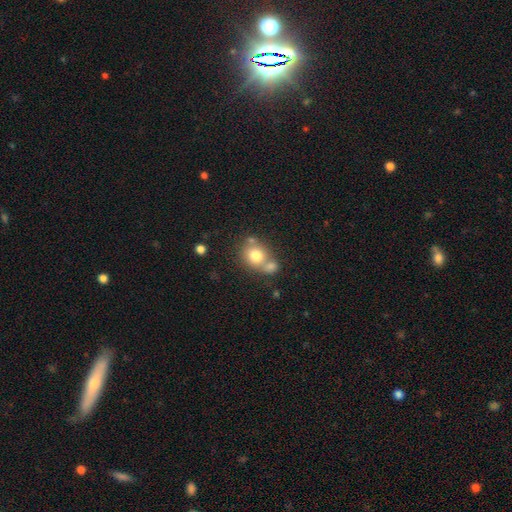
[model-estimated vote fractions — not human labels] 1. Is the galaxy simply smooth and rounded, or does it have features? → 75% smooth, 15% featured or disk, 11% star or artifact.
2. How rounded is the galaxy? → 72% round, 27% in between, 1% cigar-shaped.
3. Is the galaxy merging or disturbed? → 43% merger, 42% none, 10% minor disturbance, 4% major disturbance.